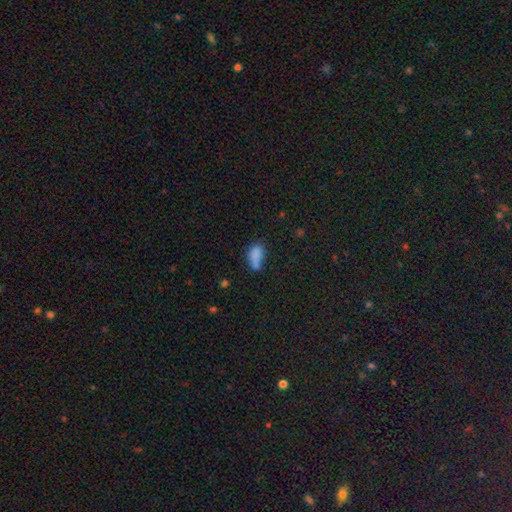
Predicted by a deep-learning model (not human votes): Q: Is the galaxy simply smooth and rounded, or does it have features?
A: smooth — 78%.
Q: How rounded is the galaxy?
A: in between — 86%.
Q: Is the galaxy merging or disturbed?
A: none — 34%.